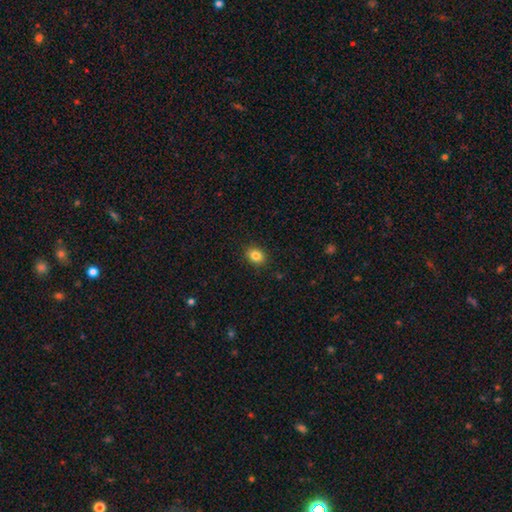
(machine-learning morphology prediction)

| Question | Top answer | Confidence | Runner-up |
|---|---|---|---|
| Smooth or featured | smooth | 84% | star or artifact (10%) |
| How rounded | in between | 54% | round (45%) |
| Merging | none | 89% | minor disturbance (8%) |